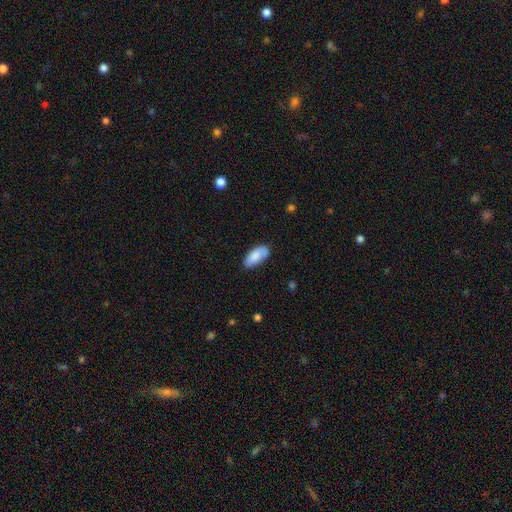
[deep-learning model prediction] A smooth galaxy with no disk features (80%) that is in between round and cigar-shaped (90%).

Vote fractions:
- Smooth or featured? smooth: 80% / featured or disk: 14% / star or artifact: 6%
- How rounded? in between: 90% / cigar-shaped: 8% / round: 2%
- Merging? none: 72% / minor disturbance: 22% / major disturbance: 4% / merger: 2%